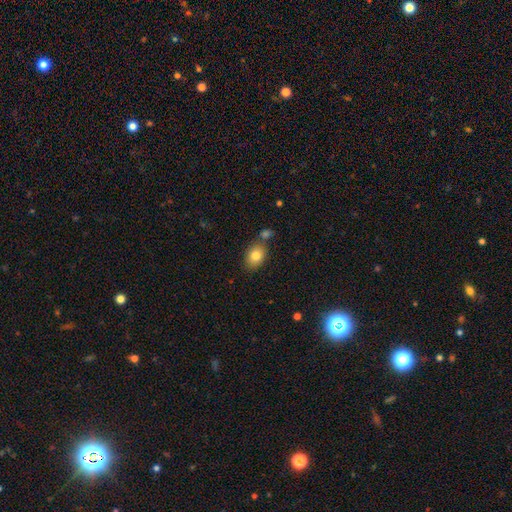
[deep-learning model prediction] The model was most divided on "how rounded": in between: 69%, round: 30%, cigar-shaped: 1%. More confident: smooth or featured — smooth (81%); merging — none (69%).